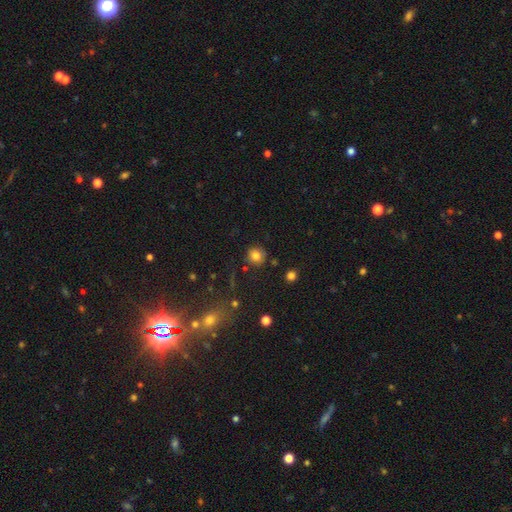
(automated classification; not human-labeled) This appears to be a smooth galaxy with no disk features (80%) that is round (87%). Merging: none (80%).